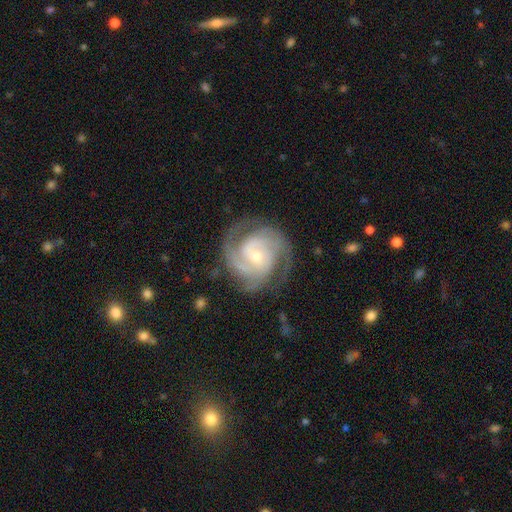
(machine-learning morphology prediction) Smooth or featured? featured or disk (91%)
Edge-on disk? no (98%)
Bar? no (61%)
Spiral arms? yes (98%)
Spiral winding? tight (62%)
Spiral arm count? 3 (40%)
Bulge size? small (54%)
Merging? none (78%)